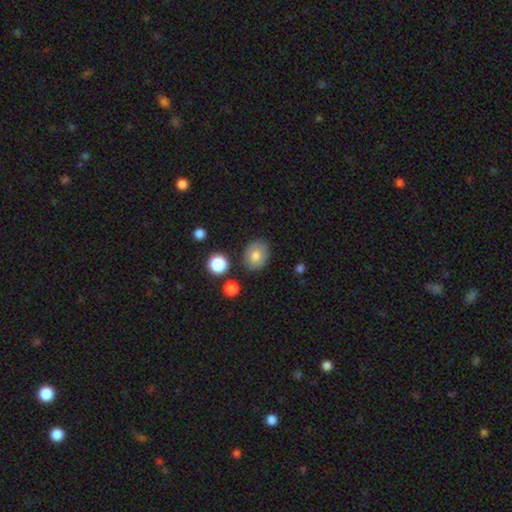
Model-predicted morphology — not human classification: Smooth or featured? Predicted: smooth (p=0.77). How rounded? Predicted: in between (p=0.53). Merging? Predicted: none (p=0.82).